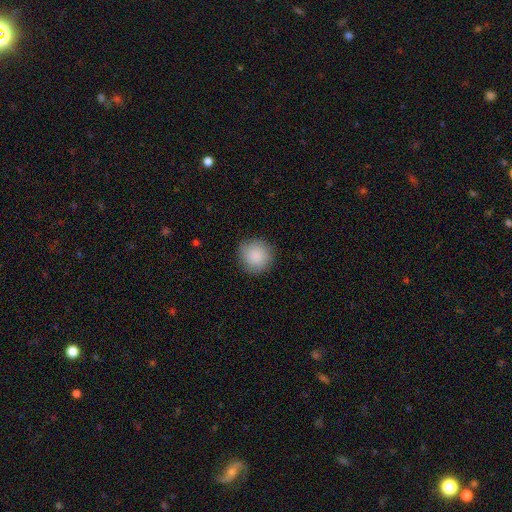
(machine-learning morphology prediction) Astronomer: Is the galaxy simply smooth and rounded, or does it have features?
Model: smooth — 88%.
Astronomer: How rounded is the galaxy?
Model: round — 94%.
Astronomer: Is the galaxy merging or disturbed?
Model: none — 88%.